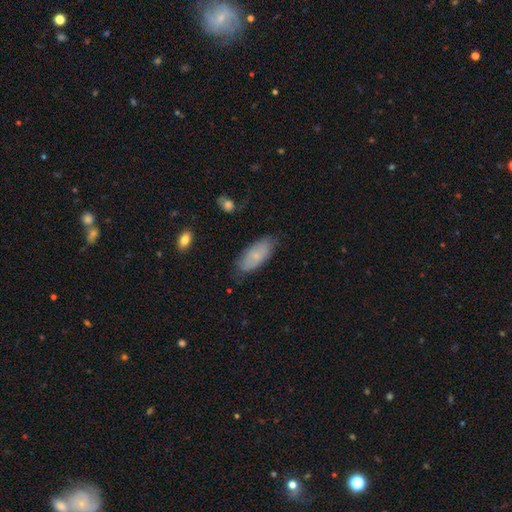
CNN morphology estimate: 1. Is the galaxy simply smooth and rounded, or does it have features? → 68% smooth, 25% featured or disk, 7% star or artifact.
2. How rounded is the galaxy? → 85% in between, 13% cigar-shaped, 2% round.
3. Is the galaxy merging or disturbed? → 77% none, 18% minor disturbance, 3% major disturbance, 1% merger.